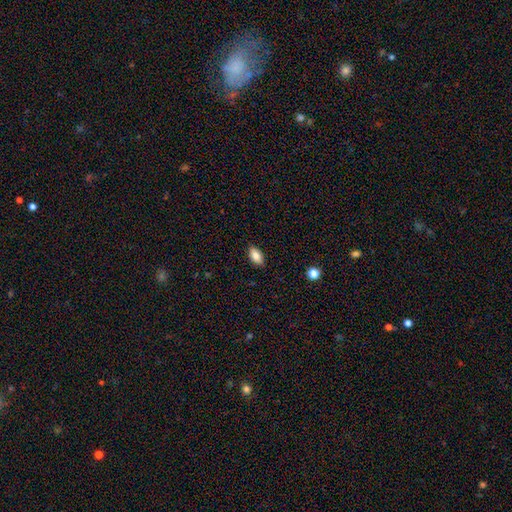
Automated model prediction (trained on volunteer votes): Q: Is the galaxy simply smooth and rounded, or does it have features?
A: smooth — 84%.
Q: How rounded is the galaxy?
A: in between — 92%.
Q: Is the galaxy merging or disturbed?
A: none — 88%.